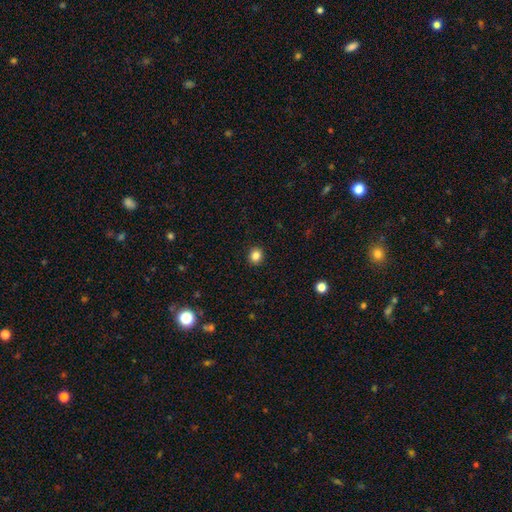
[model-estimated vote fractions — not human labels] Overall: smooth (85%). How rounded: round (81%). Merging: none (92%).